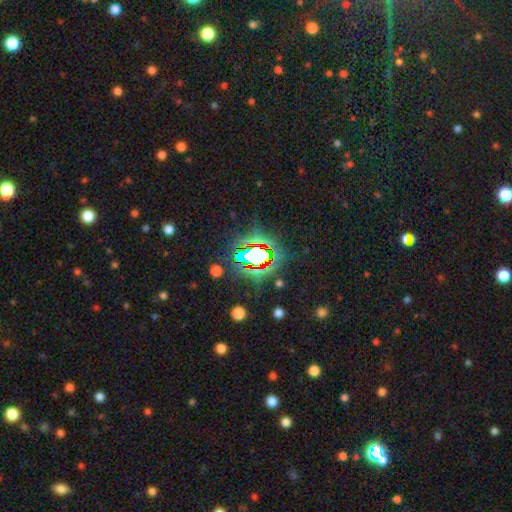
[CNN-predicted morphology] smooth_or_featured: star or artifact (p=0.69) [alt: smooth p=0.19]